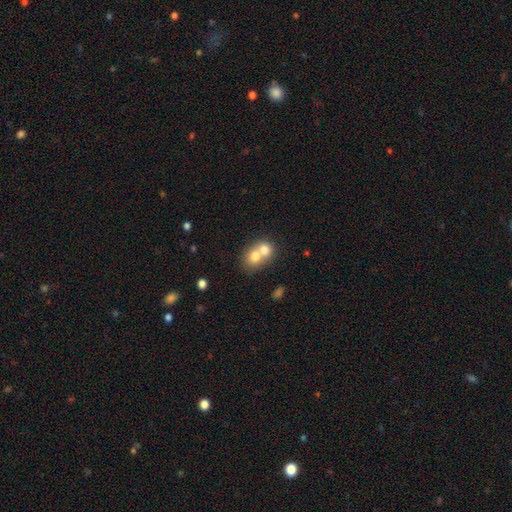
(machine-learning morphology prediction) Smooth or featured? Predicted: smooth (p=0.70). How rounded? Predicted: round (p=0.63). Merging? Predicted: merger (p=0.72).